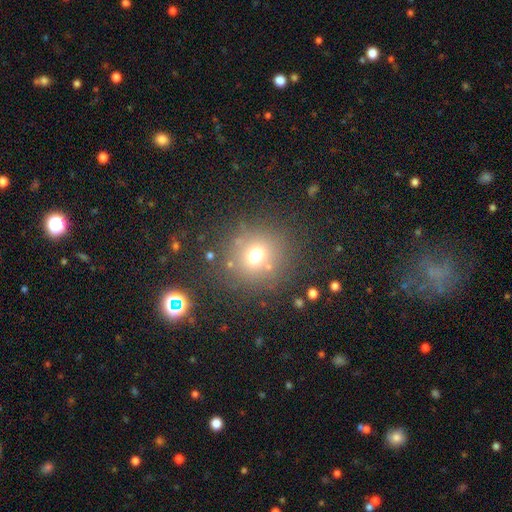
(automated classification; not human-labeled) Q: Smooth or featured?
A: smooth (67%); runner-up: star or artifact (21%)
Q: How rounded?
A: round (88%); runner-up: in between (11%)
Q: Merging?
A: none (79%); runner-up: minor disturbance (10%)